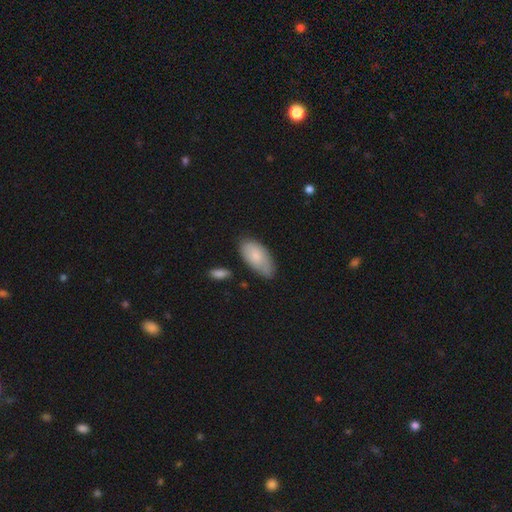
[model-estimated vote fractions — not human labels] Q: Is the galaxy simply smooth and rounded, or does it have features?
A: smooth — 78%.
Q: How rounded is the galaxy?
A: in between — 93%.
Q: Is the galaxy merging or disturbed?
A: none — 64%.